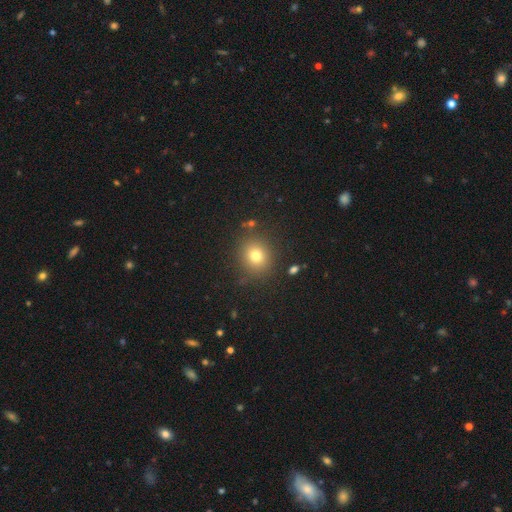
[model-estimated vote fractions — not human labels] smooth_or_featured: smooth (p=0.75) [alt: star or artifact p=0.15]
how_rounded: round (p=0.82) [alt: in between p=0.17]
merging: none (p=0.86) [alt: minor disturbance p=0.09]